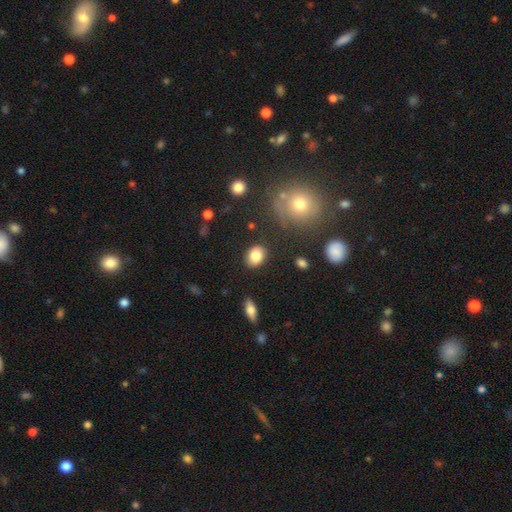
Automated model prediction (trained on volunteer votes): Overall: smooth (84%). How rounded: in between (62%; round 36%). Merging: none (84%).